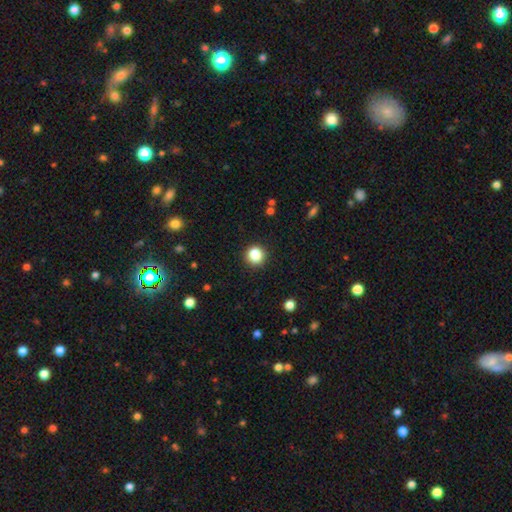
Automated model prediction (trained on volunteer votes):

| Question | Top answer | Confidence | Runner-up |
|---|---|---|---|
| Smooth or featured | smooth | 85% | star or artifact (11%) |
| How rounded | round | 92% | in between (7%) |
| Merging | none | 90% | minor disturbance (6%) |